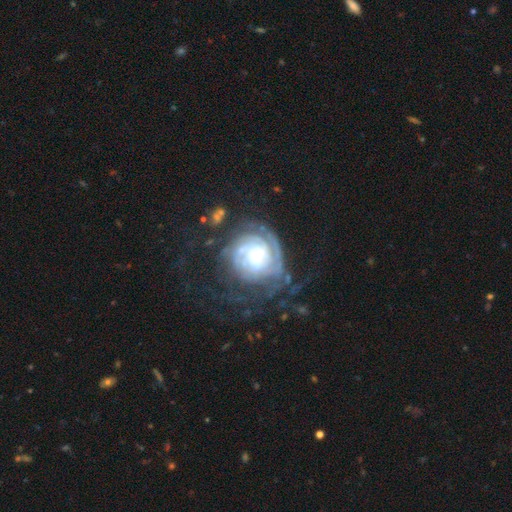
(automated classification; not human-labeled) Smooth or featured?
  - featured or disk: 84% *
  - smooth: 10%
  - star or artifact: 7%
Edge-on disk?
  - no: 98% *
  - yes: 2%
Bar?
  - no: 49% *
  - weak: 39%
  - strong: 12%
Spiral arms?
  - yes: 95% *
  - no: 5%
Spiral winding?
  - tight: 71% *
  - medium: 23%
  - loose: 7%
Spiral arm count?
  - can't tell: 39% *
  - 2: 21%
  - 3: 16%
  - 4: 10%
  - 1: 7%
  - more than 4: 7%
Bulge size?
  - moderate: 44% *
  - small: 36%
  - large: 14%
  - none: 4%
  - dominant: 2%
Merging?
  - none: 56% *
  - major disturbance: 21%
  - minor disturbance: 20%
  - merger: 3%